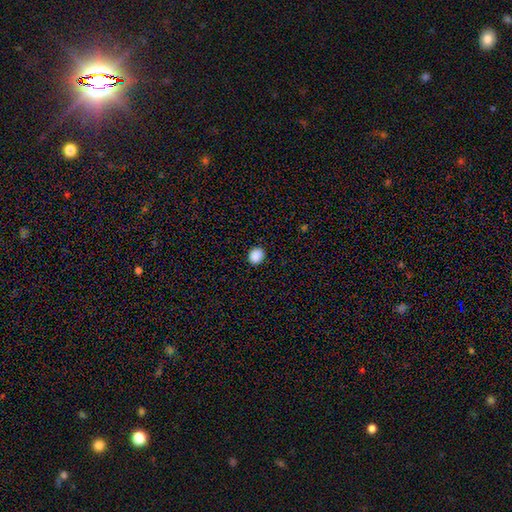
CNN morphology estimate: Smooth or featured?
  - smooth: 89% *
  - star or artifact: 9%
  - featured or disk: 2%
How rounded?
  - round: 66% *
  - in between: 33%
  - cigar-shaped: 1%
Merging?
  - none: 90% *
  - minor disturbance: 7%
  - major disturbance: 2%
  - merger: 1%